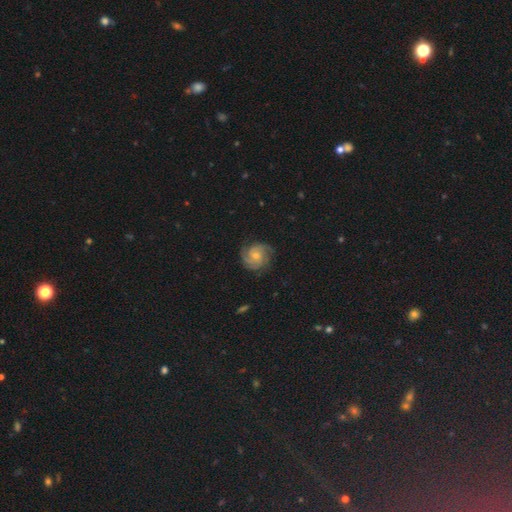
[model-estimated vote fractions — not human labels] The model was most divided on "bulge size": small: 53%, moderate: 41%, none: 3%, large: 2%, dominant: 1%. Remaining: edge-on disk — no (98%); spiral arms — yes (98%); smooth or featured — featured or disk (85%); merging — none (80%); bar — no (69%); spiral winding — tight (60%); spiral arm count — 3 (42%).